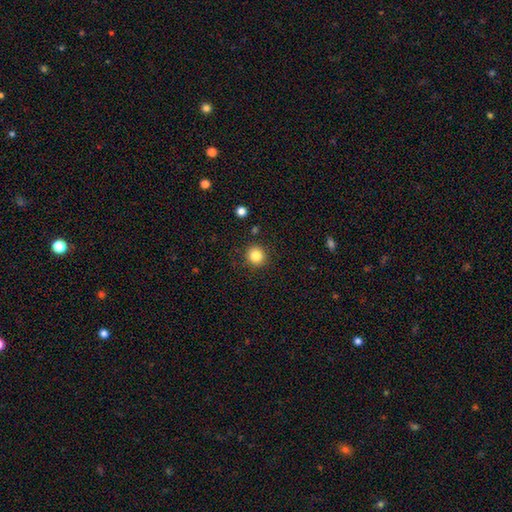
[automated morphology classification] Overall: smooth (84%). How rounded: round (92%). Merging: none (89%).